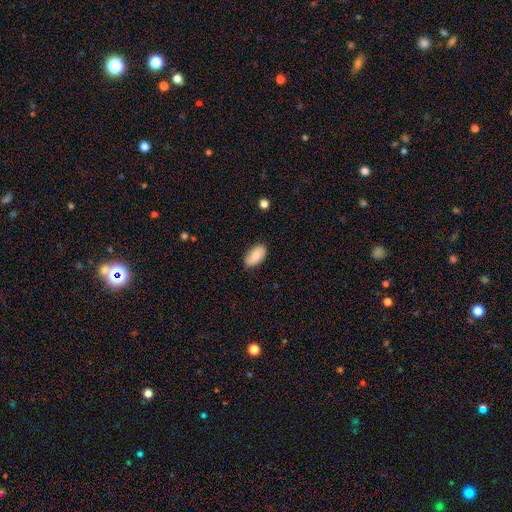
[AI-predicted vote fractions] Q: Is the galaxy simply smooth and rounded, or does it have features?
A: smooth — 77%.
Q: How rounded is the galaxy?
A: in between — 94%.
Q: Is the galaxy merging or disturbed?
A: none — 83%.